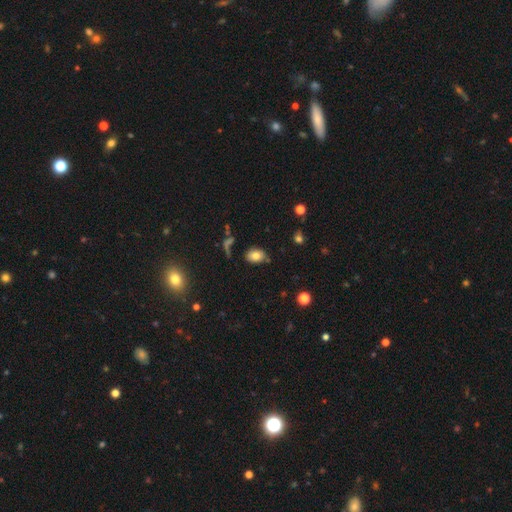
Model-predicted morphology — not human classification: A smooth galaxy with no disk features (78%) that is in between round and cigar-shaped (77%).

Vote fractions:
- Smooth or featured? smooth: 78% / featured or disk: 11% / star or artifact: 11%
- How rounded? in between: 77% / round: 22% / cigar-shaped: 1%
- Merging? none: 75% / minor disturbance: 15% / major disturbance: 5% / merger: 4%